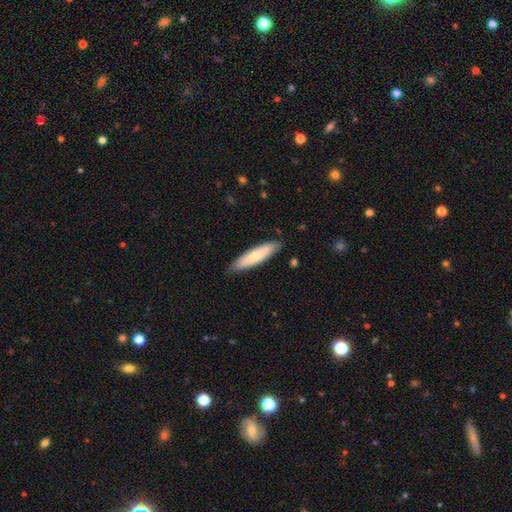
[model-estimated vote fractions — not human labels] Overall: smooth (72%). How rounded: cigar-shaped (74%). Merging: none (86%).